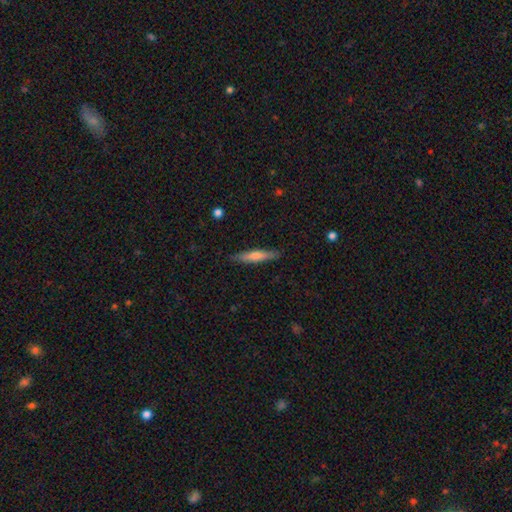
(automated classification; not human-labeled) Smooth or featured? smooth (58%)
How rounded? cigar-shaped (91%)
Merging? none (88%)